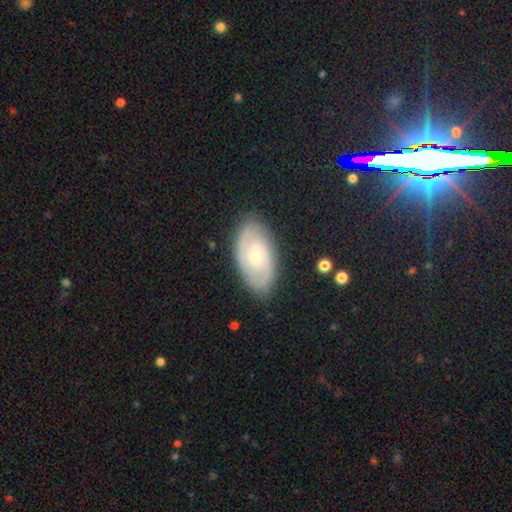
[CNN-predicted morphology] Overall: featured or disk (71%). Edge-on disk: no (94%). Bar: no (66%; weak 29%). Spiral arms: yes (88%). Spiral arm count: 2 (61%; can't tell 25%). Spiral winding: tight (58%; medium 33%). Bulge size: small (65%; moderate 31%). Merging: none (84%).